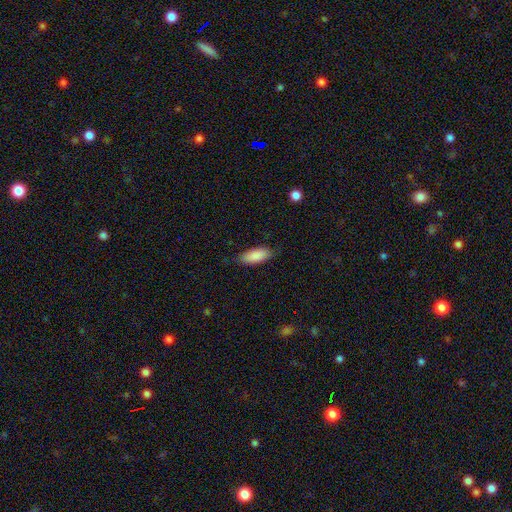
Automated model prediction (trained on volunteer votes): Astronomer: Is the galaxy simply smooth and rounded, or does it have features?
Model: smooth — 88%.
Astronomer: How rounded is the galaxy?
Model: in between — 79%.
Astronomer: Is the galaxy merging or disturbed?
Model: none — 83%.